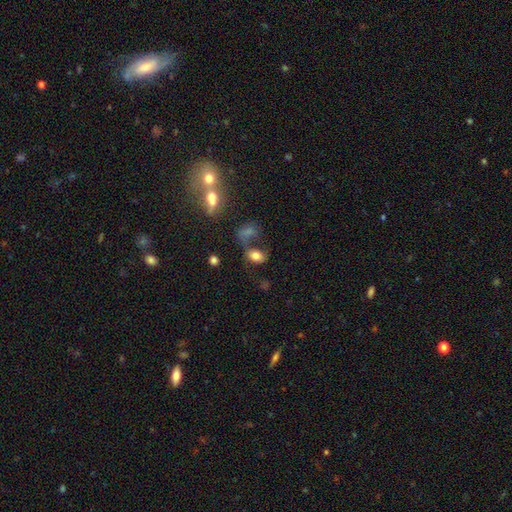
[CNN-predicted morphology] A smooth galaxy with no disk features (76%) that is in between round and cigar-shaped (79%).

Vote fractions:
- Smooth or featured? smooth: 76% / featured or disk: 12% / star or artifact: 12%
- How rounded? in between: 79% / round: 19% / cigar-shaped: 2%
- Merging? none: 41% / merger: 27% / minor disturbance: 16% / major disturbance: 15%